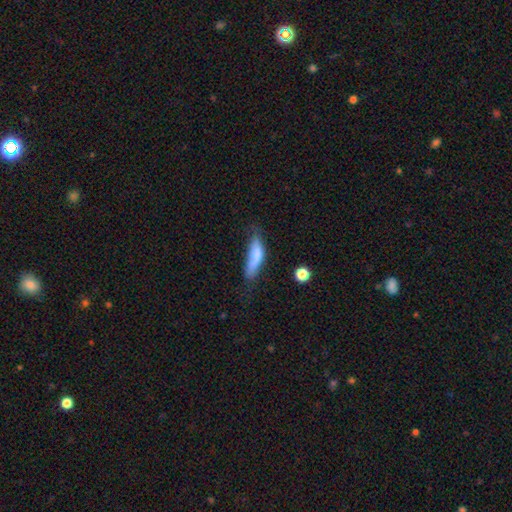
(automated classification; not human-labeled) smooth 76%, featured or disk 16%, star or artifact 8%. Down the decision tree: how rounded — cigar-shaped (55%); merging — none (43%).